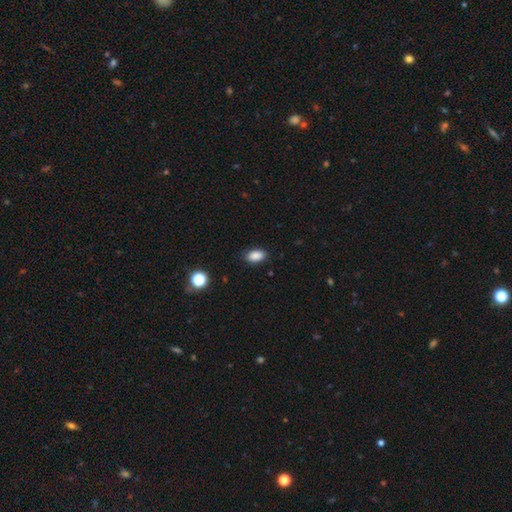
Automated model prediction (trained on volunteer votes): Smooth or featured? smooth (87%)
How rounded? in between (91%)
Merging? none (86%)